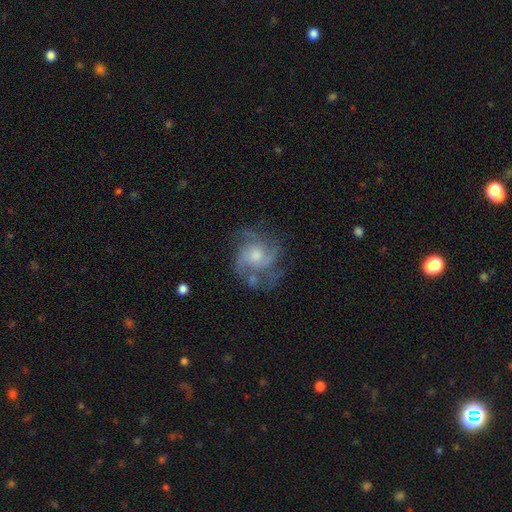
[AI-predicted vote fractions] featured or disk 77%, smooth 14%, star or artifact 9%. Down the decision tree: edge-on disk — no (98%); bar — no (74%); spiral arms — yes (90%); spiral arm count — 3 (38%); spiral winding — medium (49%); bulge size — moderate (60%); merging — none (62%).